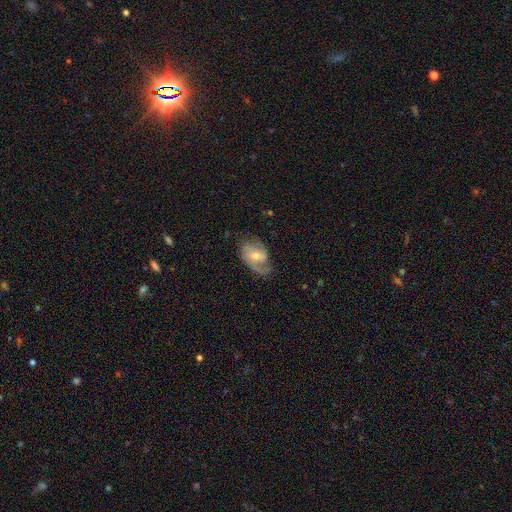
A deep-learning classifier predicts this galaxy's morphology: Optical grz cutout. It shows a featured or disk galaxy (74%) with no bar (45%), 2 (64%) medium (45%) spiral arms (90%) and a moderate central bulge (50%). Merging: none (63%).